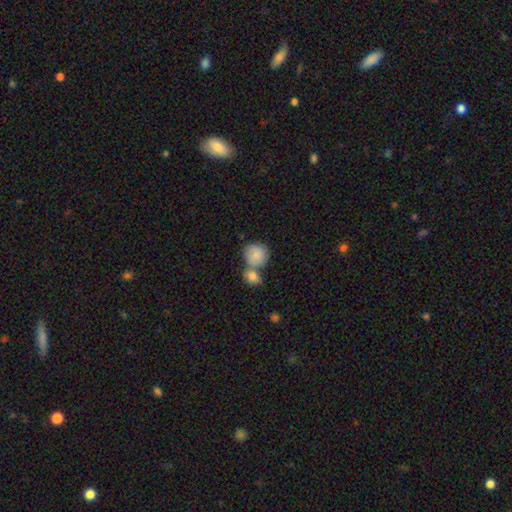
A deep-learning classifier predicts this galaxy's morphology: smooth_or_featured: smooth (p=0.84) [alt: featured or disk p=0.10]
how_rounded: round (p=0.79) [alt: in between p=0.20]
merging: merger (p=0.47) [alt: none p=0.38]